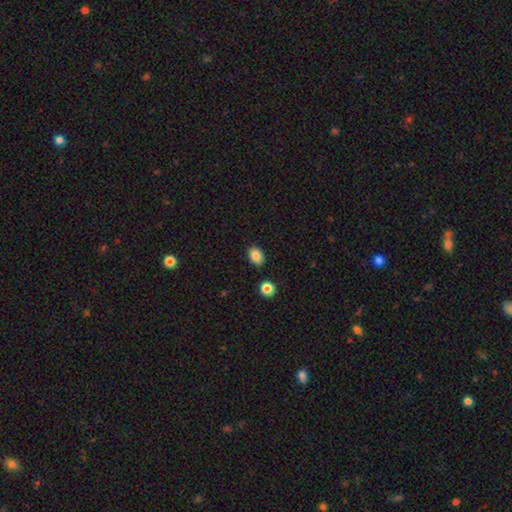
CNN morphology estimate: Smooth or featured? smooth (86%)
How rounded? in between (74%)
Merging? none (87%)